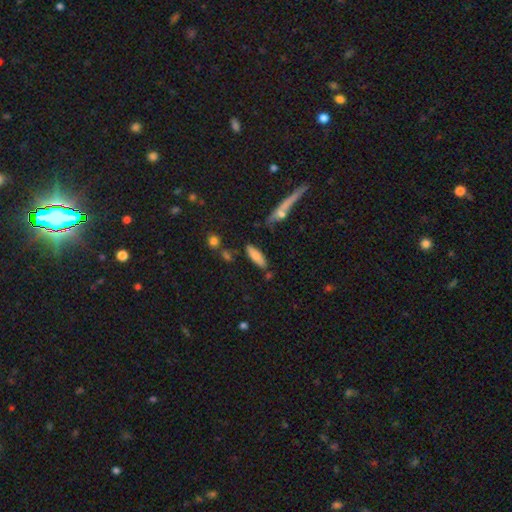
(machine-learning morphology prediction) type=smooth (76%); roundness=in between (50%); merging=none (75%).